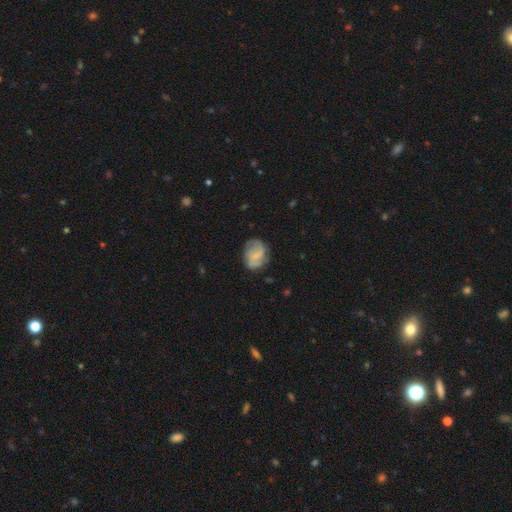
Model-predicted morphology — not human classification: Overall: smooth (47%; featured or disk 44%). Merging: none (65%).